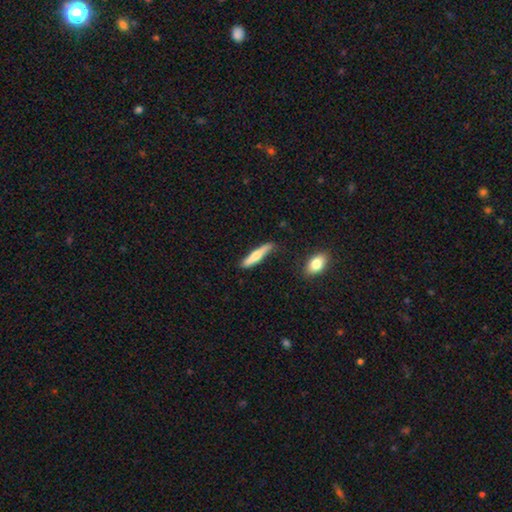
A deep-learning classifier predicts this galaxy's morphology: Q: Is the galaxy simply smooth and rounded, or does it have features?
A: smooth — 59%.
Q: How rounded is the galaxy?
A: cigar-shaped — 87%.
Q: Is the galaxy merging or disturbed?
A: none — 77%.